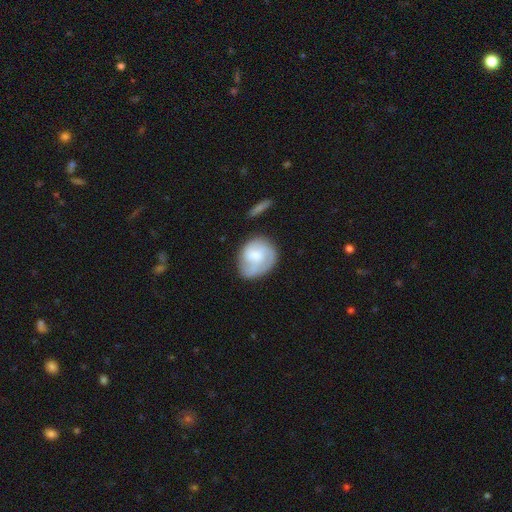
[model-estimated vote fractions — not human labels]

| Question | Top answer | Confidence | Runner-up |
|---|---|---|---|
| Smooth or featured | featured or disk | 54% | smooth (40%) |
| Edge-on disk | no | 98% | yes (2%) |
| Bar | no | 59% | weak (35%) |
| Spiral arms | yes | 82% | no (18%) |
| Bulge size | small | 44% | moderate (37%) |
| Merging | none | 59% | minor disturbance (25%) |